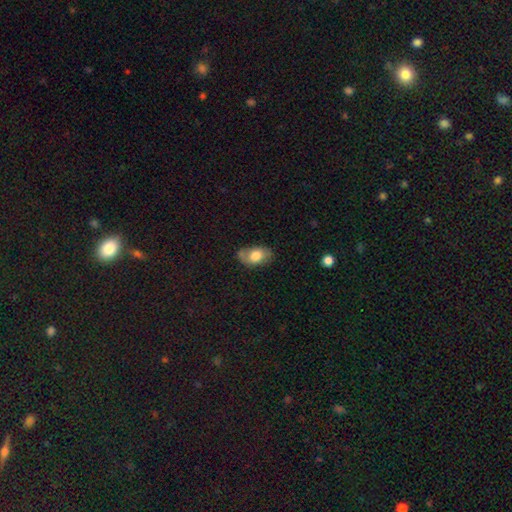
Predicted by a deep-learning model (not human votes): This is likely a smooth galaxy (62%). How rounded: clearly in between (89%). Merging: likely none (66%).